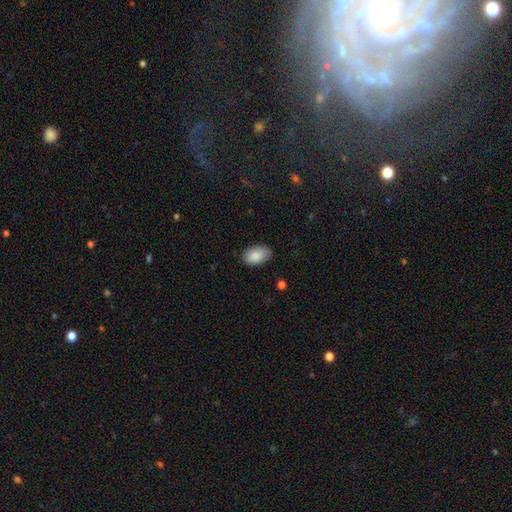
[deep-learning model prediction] smooth-or-featured: smooth: 89% | star or artifact: 6% | featured or disk: 4%
  how-rounded: in between: 92% | round: 7% | cigar-shaped: 1%
  merging: none: 83% | minor disturbance: 13% | major disturbance: 3% | merger: 1%